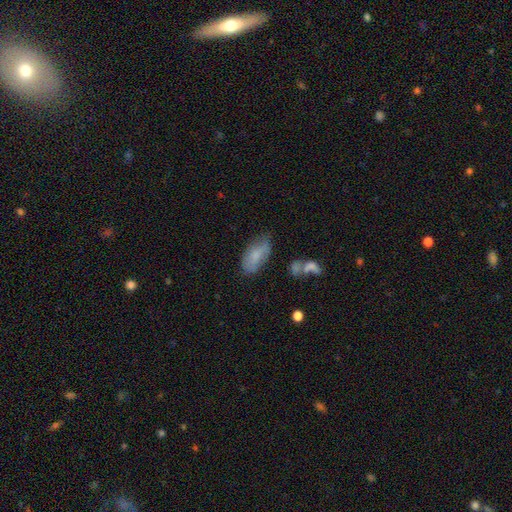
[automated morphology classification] Smooth or featured: smooth — 72% (featured or disk — 21%)
How rounded: in between — 91% (cigar-shaped — 6%)
Merging: none — 59% (minor disturbance — 27%)